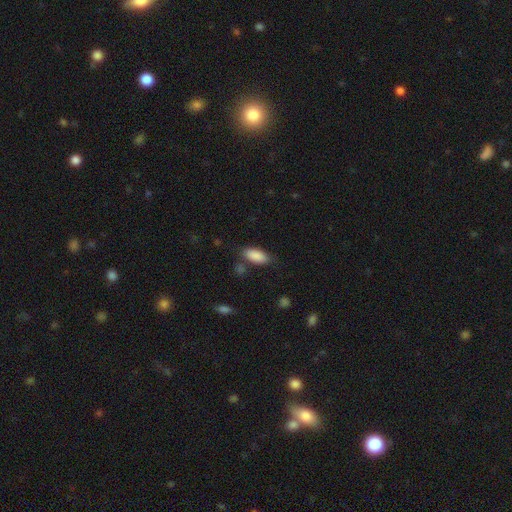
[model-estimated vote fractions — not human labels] Smooth or featured?
  - smooth: 89% *
  - star or artifact: 7%
  - featured or disk: 5%
How rounded?
  - in between: 88% *
  - cigar-shaped: 9%
  - round: 2%
Merging?
  - none: 75% *
  - minor disturbance: 15%
  - merger: 5%
  - major disturbance: 4%